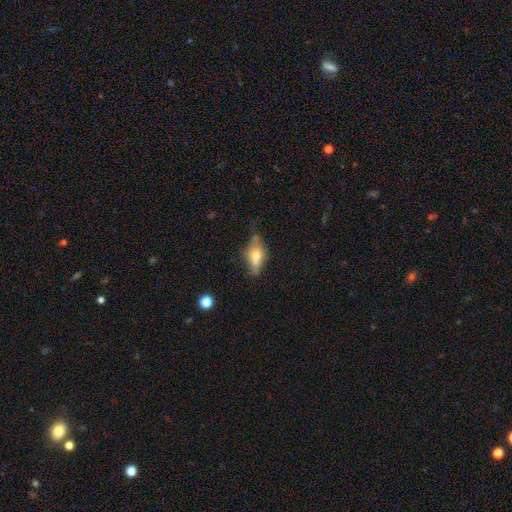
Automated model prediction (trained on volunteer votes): Smooth or featured: smooth — 50% (featured or disk — 41%)
How rounded: in between — 78% (cigar-shaped — 15%)
Merging: none — 58% (minor disturbance — 29%)